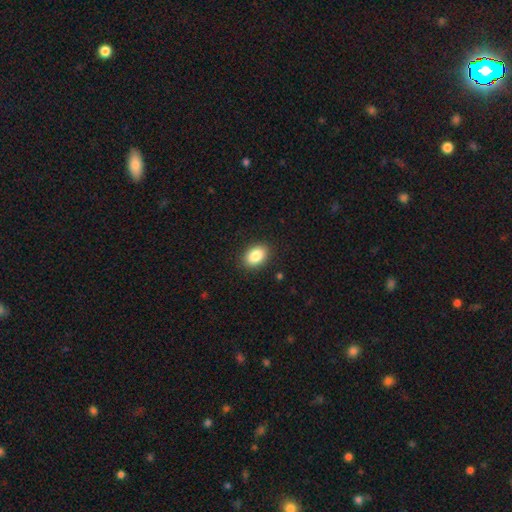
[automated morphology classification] The model was most divided on "how rounded": in between: 82%, round: 17%, cigar-shaped: 1%. More confident: merging — none (89%); smooth or featured — smooth (86%).